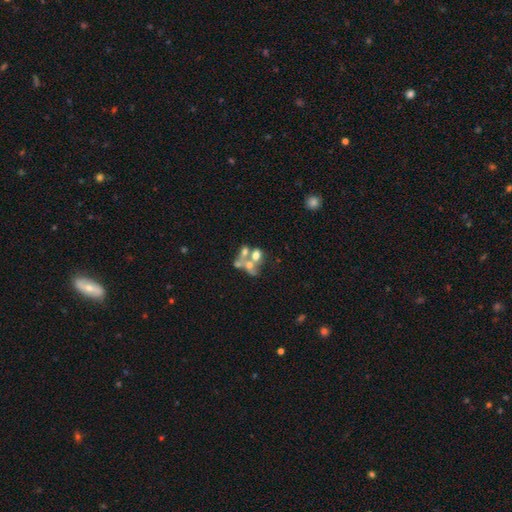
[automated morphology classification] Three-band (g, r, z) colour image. It shows a featured or disk galaxy (42%, tied with smooth). Merging: merger (58%).